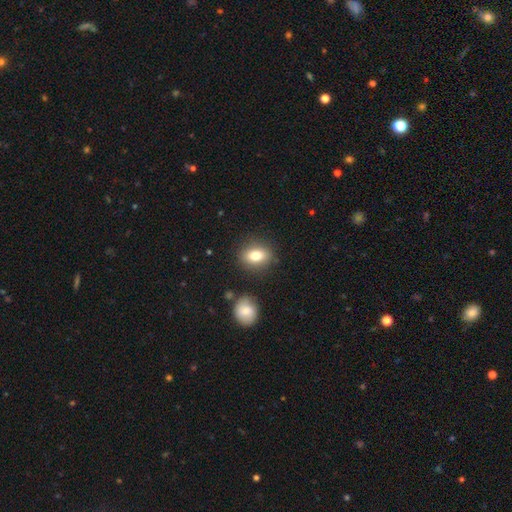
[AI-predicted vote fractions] smooth_or_featured: smooth (p=0.80) [alt: featured or disk p=0.11]
how_rounded: in between (p=0.67) [alt: round p=0.31]
merging: none (p=0.85) [alt: minor disturbance p=0.10]